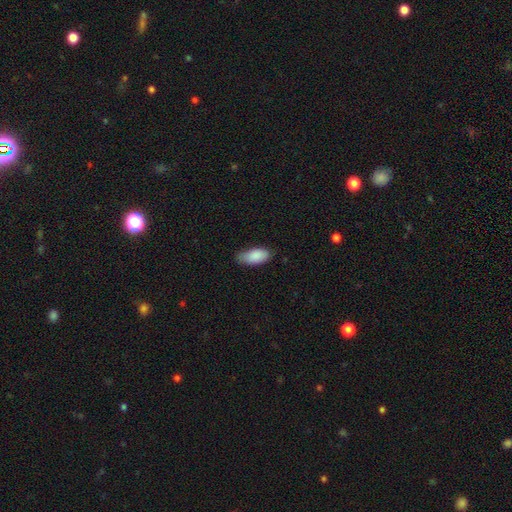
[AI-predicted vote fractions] The model was most divided on "merging": none: 70%, minor disturbance: 25%, major disturbance: 4%, merger: 1%. More confident: how rounded — in between (90%); smooth or featured — smooth (88%).